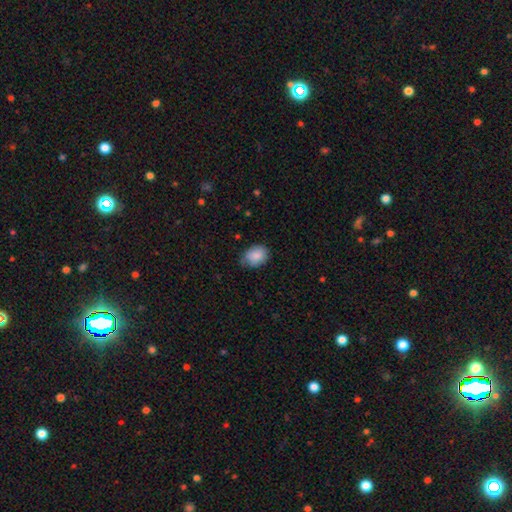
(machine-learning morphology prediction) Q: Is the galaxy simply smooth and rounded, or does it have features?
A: smooth — 86%.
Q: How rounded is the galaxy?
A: in between — 67%.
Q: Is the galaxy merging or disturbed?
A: none — 64%.